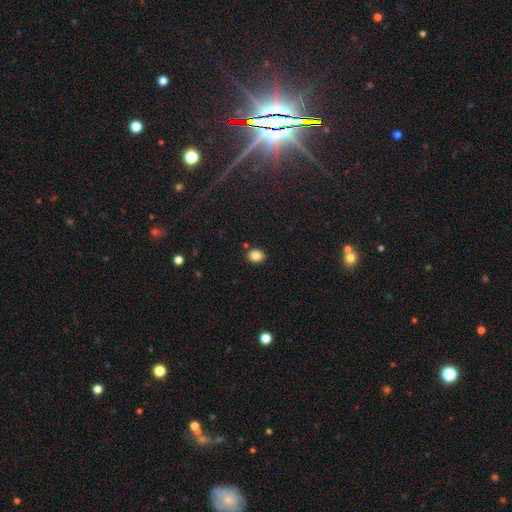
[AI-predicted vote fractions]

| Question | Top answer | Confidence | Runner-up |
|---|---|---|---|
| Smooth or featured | smooth | 84% | star or artifact (10%) |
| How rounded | in between | 61% | round (38%) |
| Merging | none | 84% | minor disturbance (10%) |